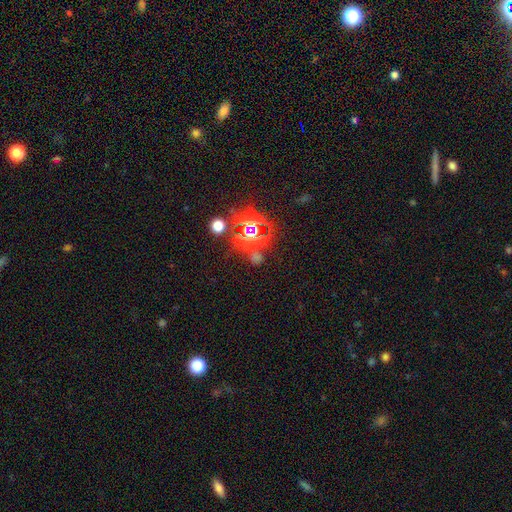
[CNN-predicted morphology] A star or artifact, not a galaxy (74%).

Vote fractions:
- Smooth or featured? star or artifact: 74% / smooth: 17% / featured or disk: 8%